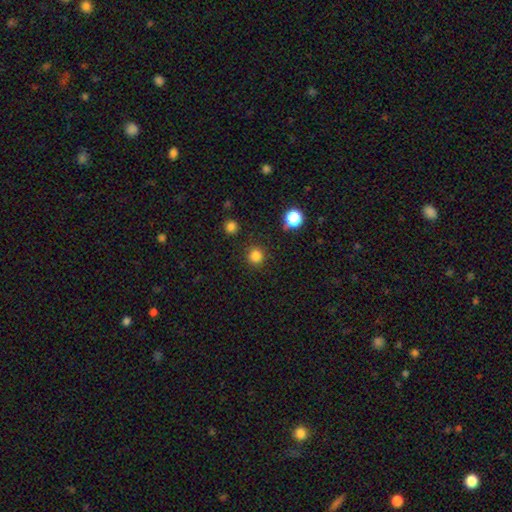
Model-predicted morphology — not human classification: A smooth galaxy with no disk features (83%) that is round (93%).

Vote fractions:
- Smooth or featured? smooth: 83% / star or artifact: 14% / featured or disk: 4%
- How rounded? round: 93% / in between: 6% / cigar-shaped: 1%
- Merging? none: 89% / minor disturbance: 7% / major disturbance: 3% / merger: 2%